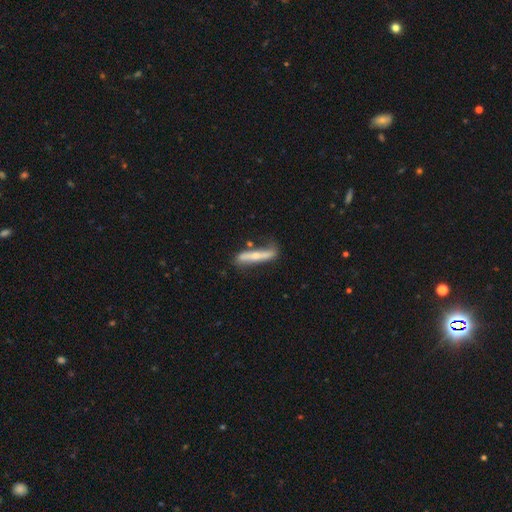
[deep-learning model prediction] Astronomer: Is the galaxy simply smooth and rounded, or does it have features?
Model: featured or disk — 59% (runner-up: smooth, 35%).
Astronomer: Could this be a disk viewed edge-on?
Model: yes — 75%.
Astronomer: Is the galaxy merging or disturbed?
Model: none — 66%.